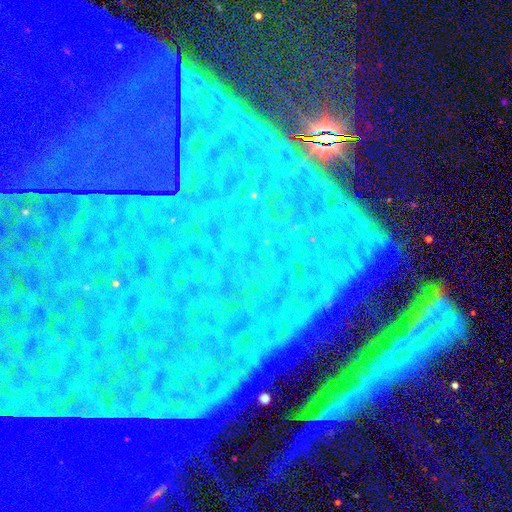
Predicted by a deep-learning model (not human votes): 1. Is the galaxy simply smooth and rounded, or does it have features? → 86% star or artifact, 7% featured or disk, 7% smooth.